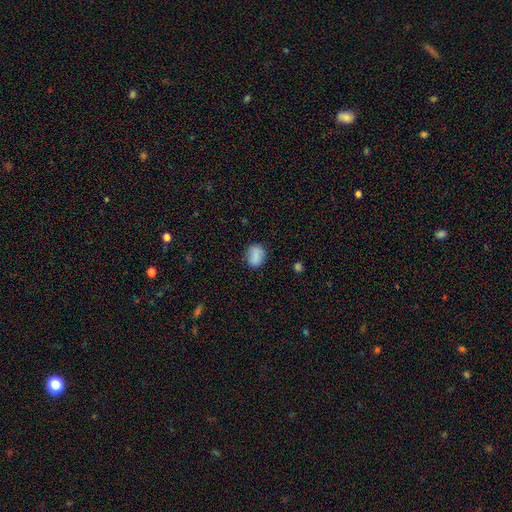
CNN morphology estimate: Q: Smooth or featured?
A: smooth (84%); runner-up: star or artifact (9%)
Q: How rounded?
A: in between (61%); runner-up: round (38%)
Q: Merging?
A: none (79%); runner-up: minor disturbance (15%)